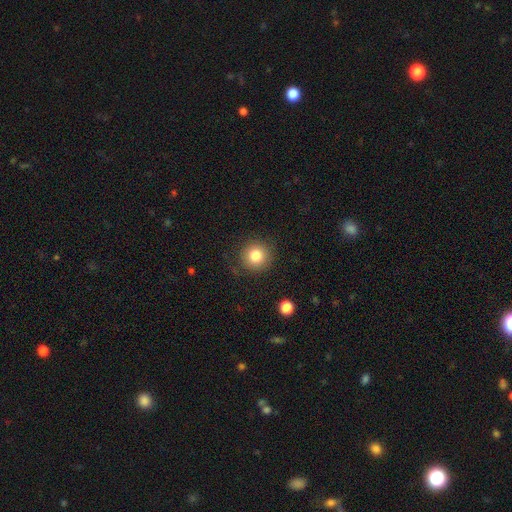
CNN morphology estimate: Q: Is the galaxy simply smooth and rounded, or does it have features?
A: smooth — 82%.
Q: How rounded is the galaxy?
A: round — 93%.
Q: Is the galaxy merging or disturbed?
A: none — 86%.